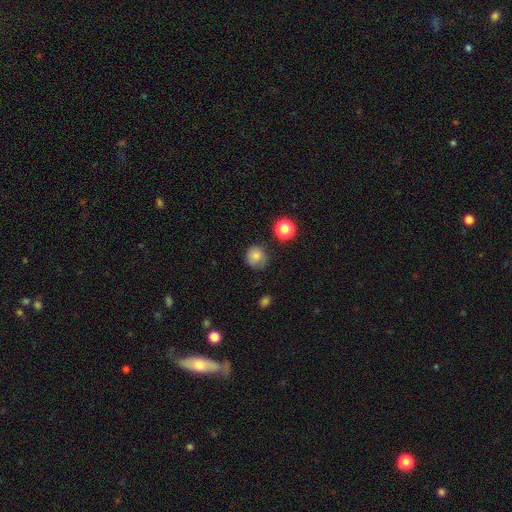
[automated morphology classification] The model was most divided on "merging": none: 75%, minor disturbance: 18%, major disturbance: 5%, merger: 2%. More confident: how rounded — round (89%); smooth or featured — smooth (82%).